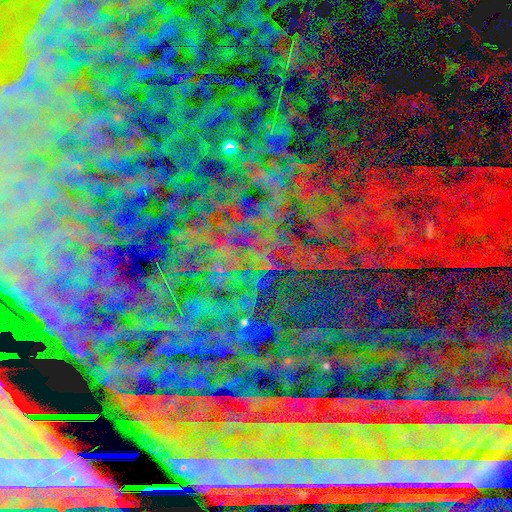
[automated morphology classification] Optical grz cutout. It shows a star or artifact, not a galaxy (85%).